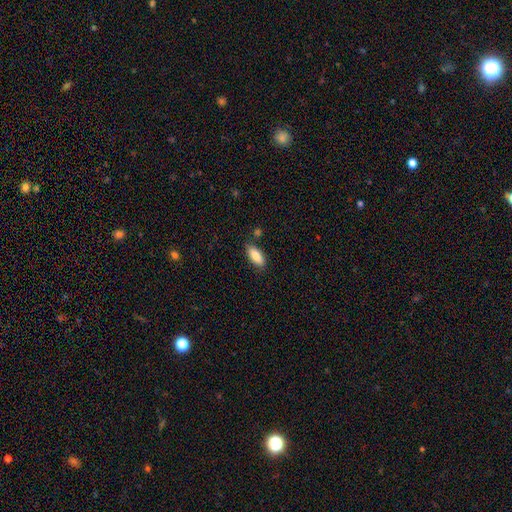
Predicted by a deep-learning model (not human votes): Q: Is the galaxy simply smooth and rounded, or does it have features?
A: smooth — 86%.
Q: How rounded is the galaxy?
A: in between — 79%.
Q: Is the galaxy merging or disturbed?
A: none — 81%.